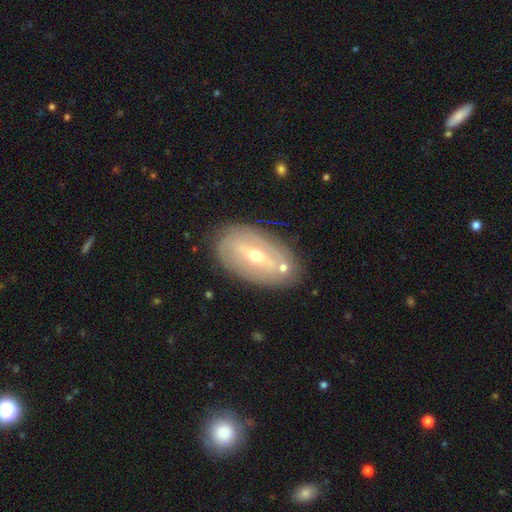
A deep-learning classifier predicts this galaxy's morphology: Smooth or featured?
  - featured or disk: 69% *
  - smooth: 24%
  - star or artifact: 7%
Edge-on disk?
  - no: 88% *
  - yes: 12%
Bar?
  - weak: 40% *
  - strong: 35%
  - no: 25%
Spiral arms?
  - no: 54% *
  - yes: 46%
Bulge size?
  - moderate: 62% *
  - small: 34%
  - large: 3%
  - dominant: 1%
  - none: 1%
Merging?
  - none: 78% *
  - minor disturbance: 13%
  - merger: 5%
  - major disturbance: 4%